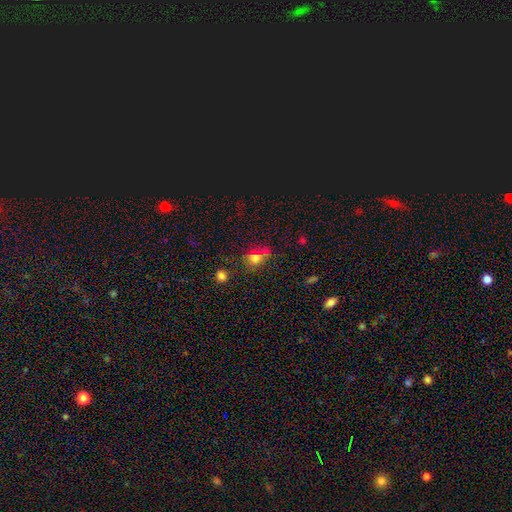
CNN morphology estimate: Q: Smooth or featured?
A: smooth (64%); runner-up: star or artifact (24%)
Q: How rounded?
A: round (52%); runner-up: in between (46%)
Q: Merging?
A: none (48%); runner-up: merger (21%)